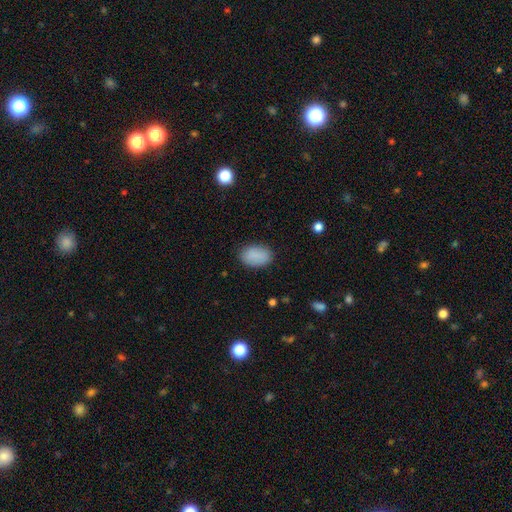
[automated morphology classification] smooth 89%, star or artifact 7%, featured or disk 4%. Down the decision tree: how rounded — in between (86%); merging — none (85%).